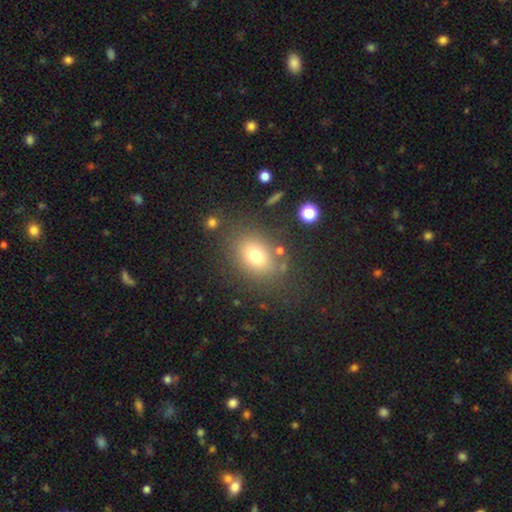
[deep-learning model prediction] A smooth galaxy with no disk features (72%) that is in between round and cigar-shaped (60%).

Vote fractions:
- Smooth or featured? smooth: 72% / star or artifact: 14% / featured or disk: 13%
- How rounded? in between: 60% / round: 39% / cigar-shaped: 1%
- Merging? none: 77% / minor disturbance: 12% / major disturbance: 7% / merger: 4%